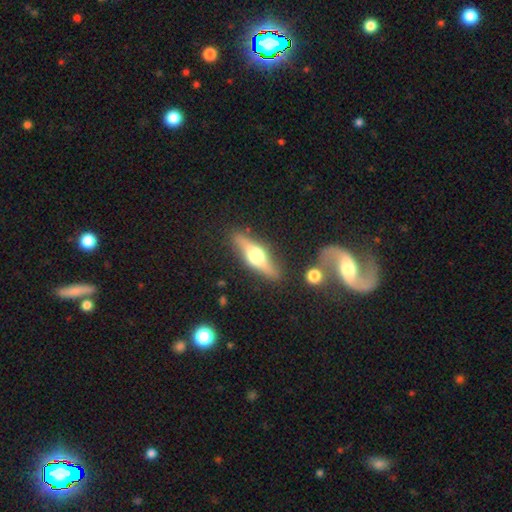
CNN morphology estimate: smooth_or_featured: featured or disk (p=0.64) [alt: smooth p=0.30]
disk_edge_on: yes (p=0.92) [alt: no p=0.08]
edge_on_bulge: rounded (p=0.94) [alt: boxy p=0.05]
merging: none (p=0.84) [alt: minor disturbance p=0.10]